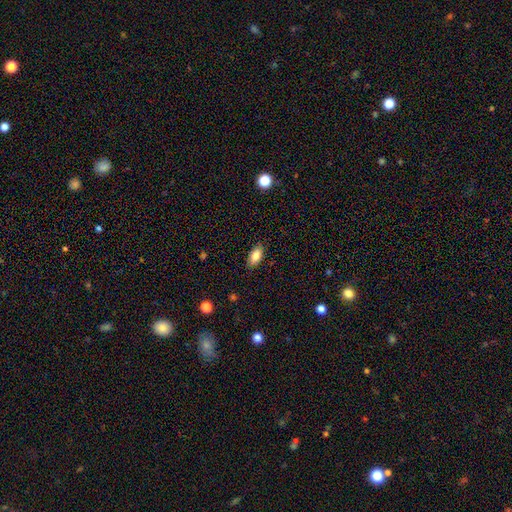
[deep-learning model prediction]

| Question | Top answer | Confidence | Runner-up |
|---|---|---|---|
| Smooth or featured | smooth | 81% | featured or disk (11%) |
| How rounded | in between | 87% | cigar-shaped (10%) |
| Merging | none | 86% | minor disturbance (11%) |